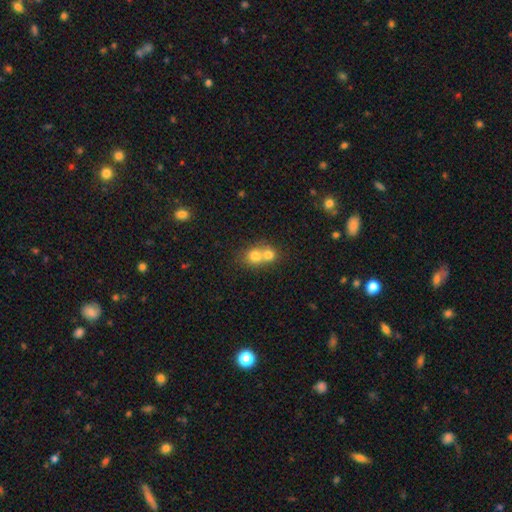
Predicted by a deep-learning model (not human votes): Morphology: type=smooth (75%); roundness=round (76%); merging=merger (69%).